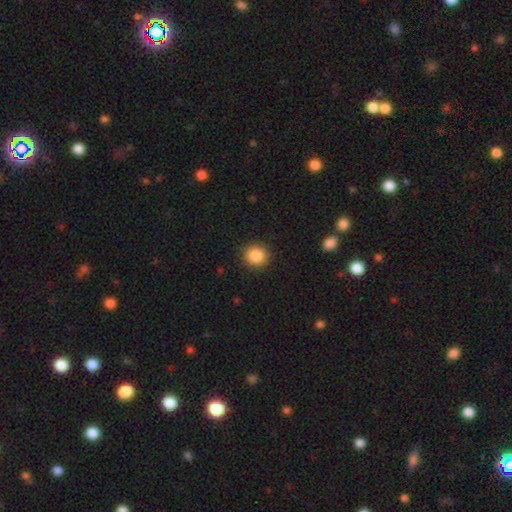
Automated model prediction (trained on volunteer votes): Smooth or featured: smooth — 88% (star or artifact — 9%)
How rounded: round — 89% (in between — 10%)
Merging: none — 91% (minor disturbance — 6%)